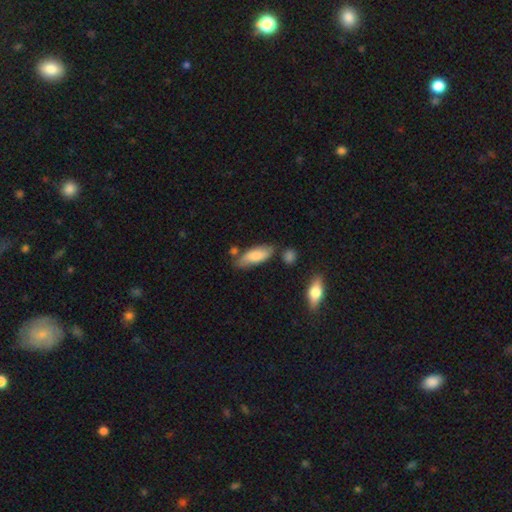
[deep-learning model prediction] This is likely a smooth galaxy (79%). How rounded: likely in between (72%). Merging: likely none (66%).